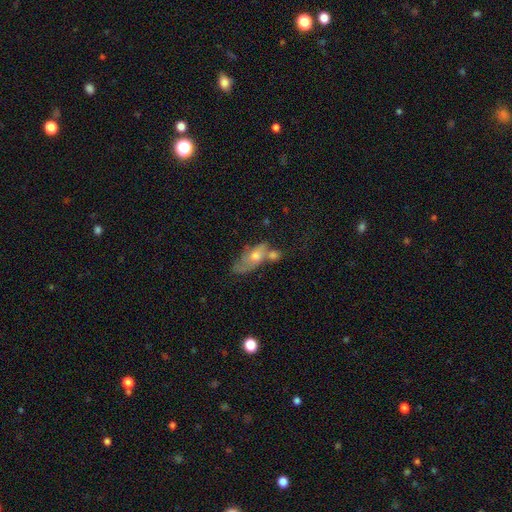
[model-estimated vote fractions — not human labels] A featured or disk galaxy (45%, tied with smooth). Merging: merger (38%).